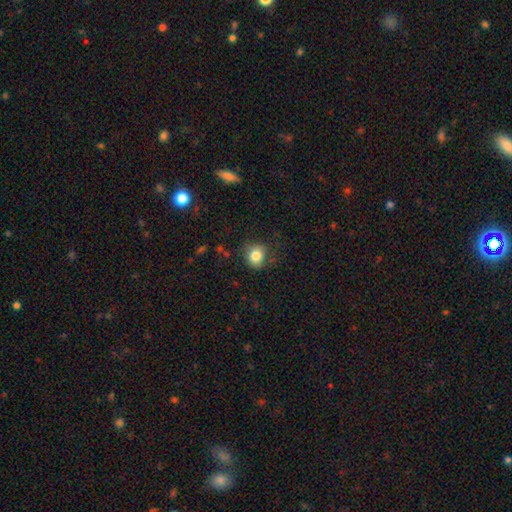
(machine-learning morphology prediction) Smooth or featured? smooth (83%)
How rounded? round (78%)
Merging? none (75%)